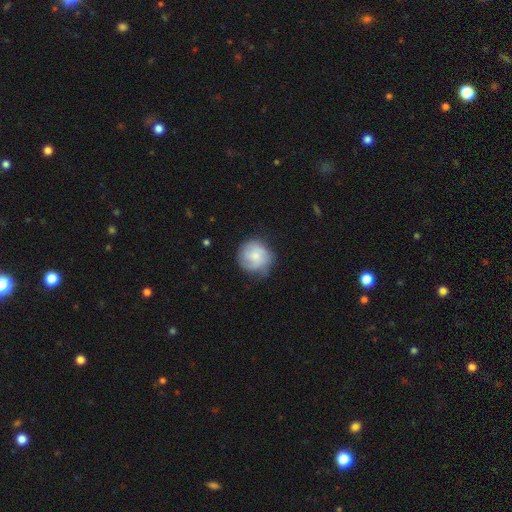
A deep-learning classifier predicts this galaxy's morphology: Smooth or featured?
  - featured or disk: 47% *
  - smooth: 46%
  - star or artifact: 7%
Merging?
  - none: 68% *
  - minor disturbance: 23%
  - major disturbance: 8%
  - merger: 1%